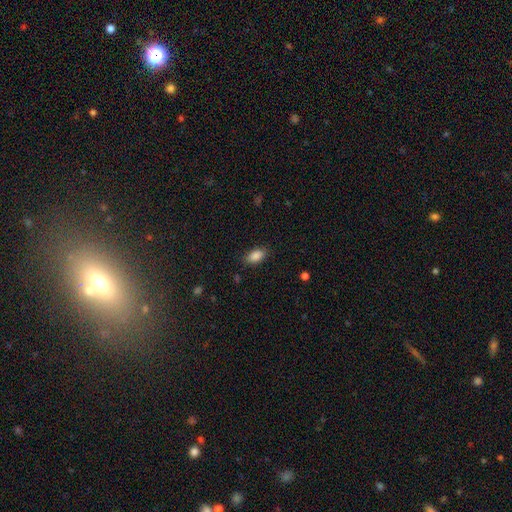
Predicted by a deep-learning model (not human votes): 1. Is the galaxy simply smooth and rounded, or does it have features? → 87% smooth, 8% star or artifact, 5% featured or disk.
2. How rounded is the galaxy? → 91% in between, 4% round, 4% cigar-shaped.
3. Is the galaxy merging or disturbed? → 85% none, 11% minor disturbance, 3% major disturbance, 1% merger.